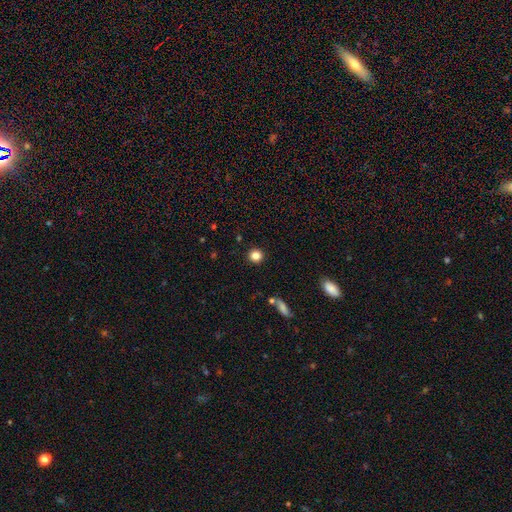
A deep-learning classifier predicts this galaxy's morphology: smooth 84%, star or artifact 11%, featured or disk 5%. Down the decision tree: how rounded — round (93%); merging — none (91%).